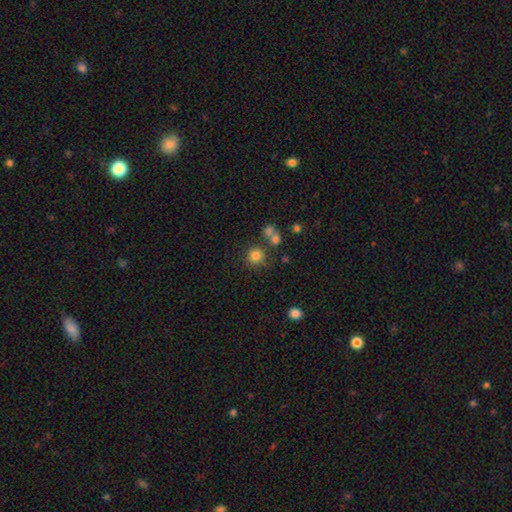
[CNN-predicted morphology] The model was most divided on "merging": none: 73%, merger: 13%, minor disturbance: 9%, major disturbance: 4%. More confident: how rounded — round (91%); smooth or featured — smooth (79%).